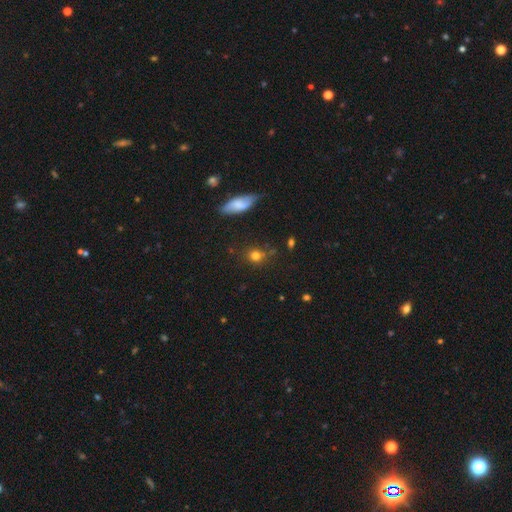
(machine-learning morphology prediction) This appears to be a smooth galaxy with no disk features (75%) that is round (75%). Merging: none (74%).